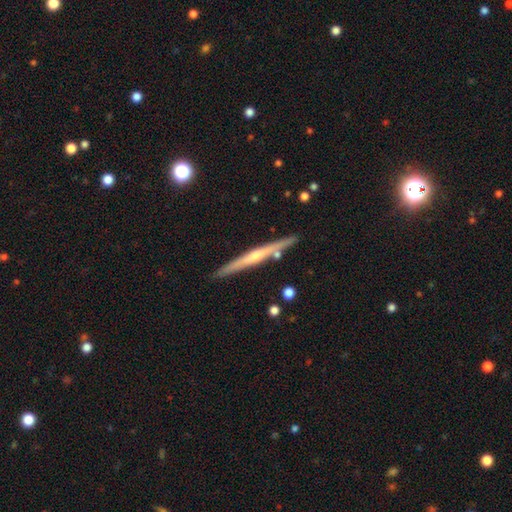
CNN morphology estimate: Smooth or featured: featured or disk — 76% (smooth — 17%)
Edge-on disk: yes — 97% (no — 3%)
Edge-on bulge: rounded — 66% (none — 28%)
Merging: none — 86% (minor disturbance — 9%)